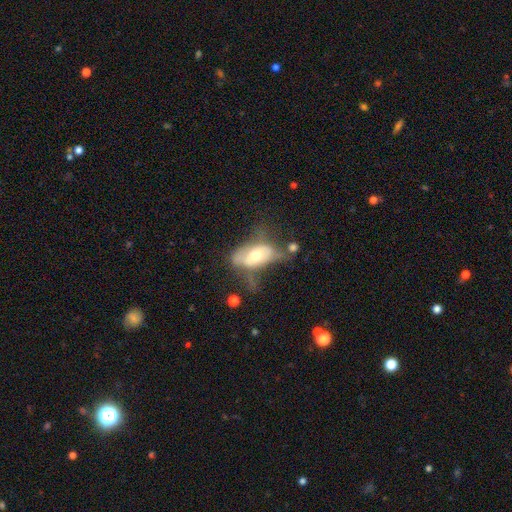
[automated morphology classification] Smooth or featured?
  - smooth: 47% *
  - featured or disk: 45%
  - star or artifact: 8%
Merging?
  - major disturbance: 35% *
  - none: 26%
  - minor disturbance: 26%
  - merger: 12%